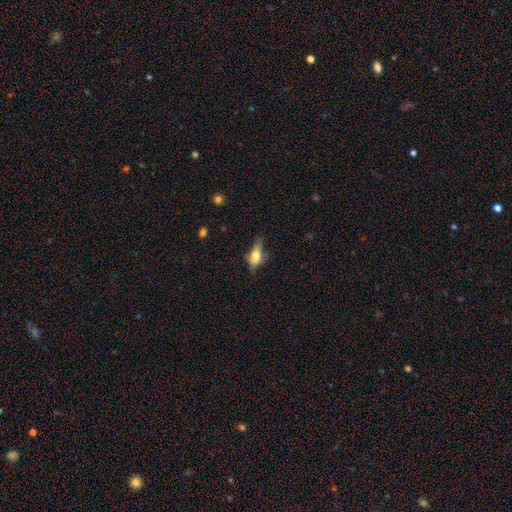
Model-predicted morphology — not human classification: smooth-or-featured: smooth: 57% | featured or disk: 34% | star or artifact: 9%
  how-rounded: in between: 69% | cigar-shaped: 26% | round: 5%
  merging: none: 41% | minor disturbance: 31% | major disturbance: 23% | merger: 5%